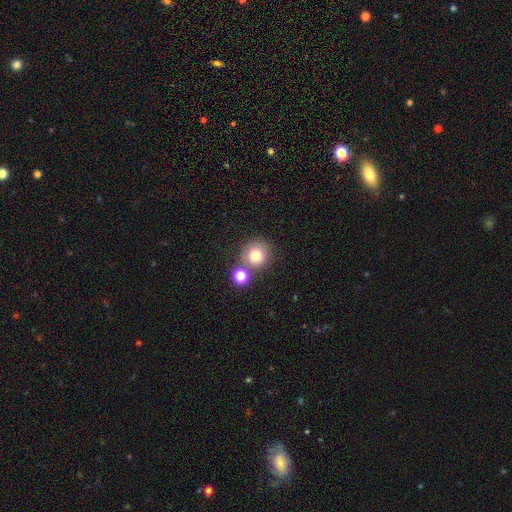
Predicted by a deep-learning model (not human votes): Overall: smooth (76%). How rounded: round (92%). Merging: none (64%).